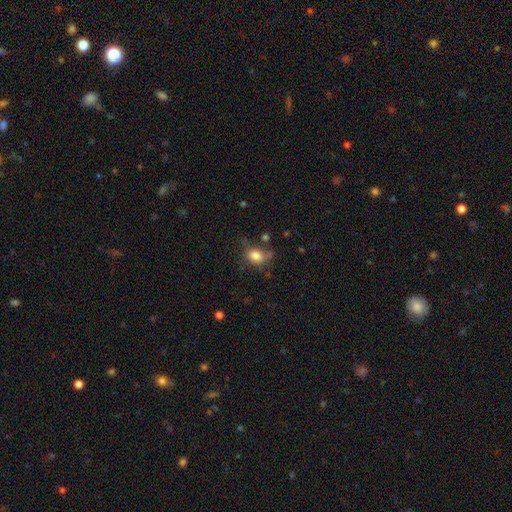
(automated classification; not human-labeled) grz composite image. It shows a smooth galaxy with no disk features (81%) that is in between round and cigar-shaped (62%). Merging: none (60%).